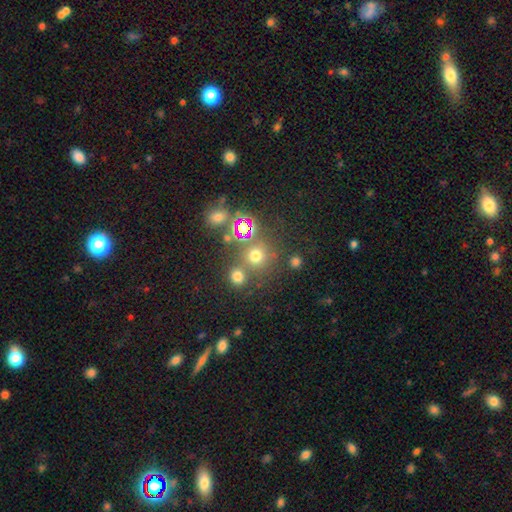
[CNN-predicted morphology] Smooth or featured? Predicted: smooth (p=0.63). How rounded? Predicted: round (p=0.89). Merging? Predicted: none (p=0.67).